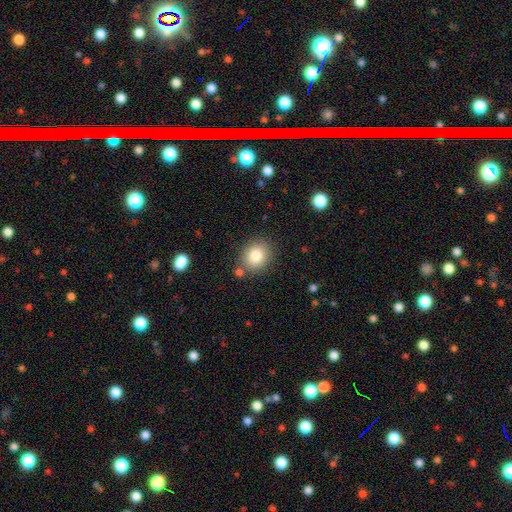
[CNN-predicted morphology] A smooth galaxy with no disk features (83%) that is round (66%).

Vote fractions:
- Smooth or featured? smooth: 83% / star or artifact: 9% / featured or disk: 7%
- How rounded? round: 66% / in between: 33% / cigar-shaped: 1%
- Merging? none: 80% / minor disturbance: 11% / merger: 6% / major disturbance: 3%